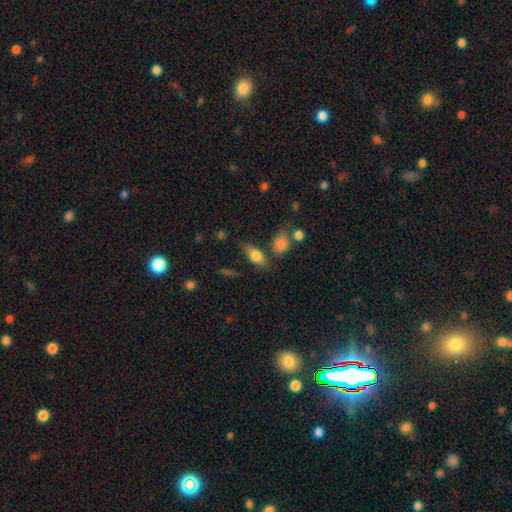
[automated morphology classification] type=smooth (70%); roundness=in between (78%); merging=none (70%).